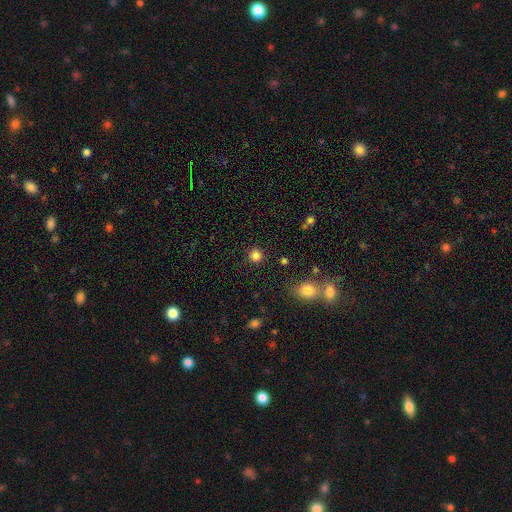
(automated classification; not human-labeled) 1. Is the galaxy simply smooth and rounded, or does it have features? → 84% smooth, 12% star or artifact, 4% featured or disk.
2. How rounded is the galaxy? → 92% round, 7% in between, 1% cigar-shaped.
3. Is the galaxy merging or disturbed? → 89% none, 6% minor disturbance, 2% major disturbance, 2% merger.